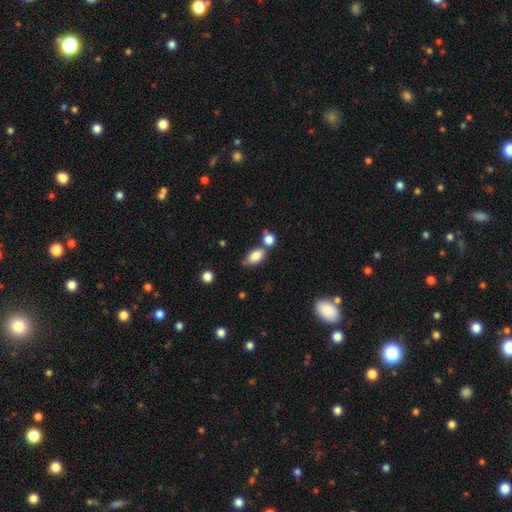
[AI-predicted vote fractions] smooth-or-featured: smooth: 83% | featured or disk: 9% | star or artifact: 8%
  how-rounded: in between: 89% | round: 8% | cigar-shaped: 3%
  merging: none: 48% | merger: 27% | minor disturbance: 19% | major disturbance: 6%